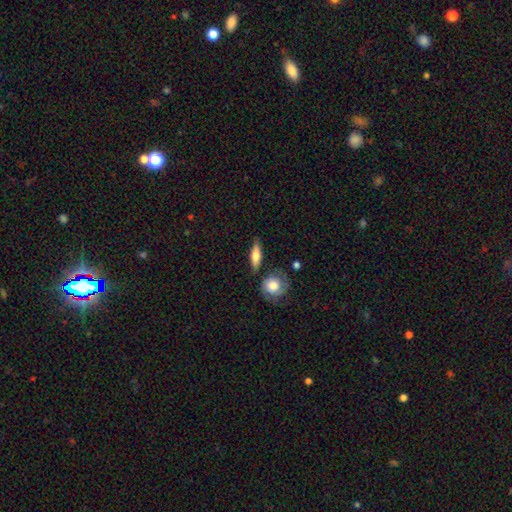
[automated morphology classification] smooth 61%, featured or disk 33%, star or artifact 6%. Down the decision tree: how rounded — cigar-shaped (51%); merging — none (76%).